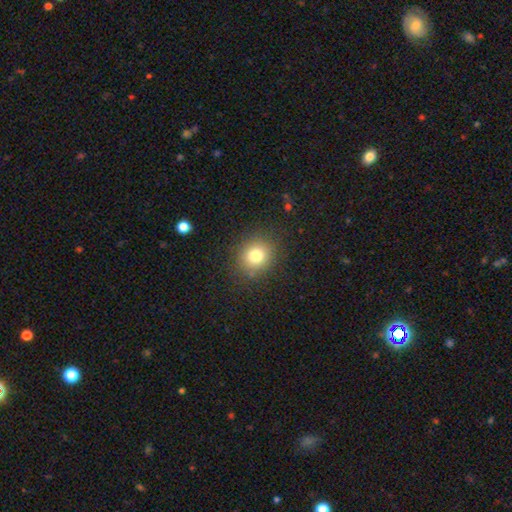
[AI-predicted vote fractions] Overall: smooth (79%). How rounded: round (79%). Merging: none (86%).